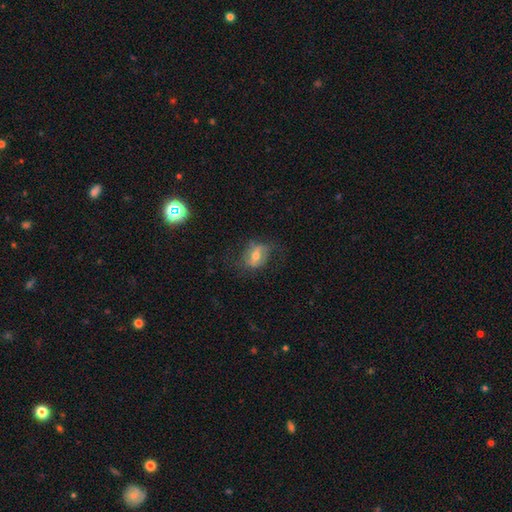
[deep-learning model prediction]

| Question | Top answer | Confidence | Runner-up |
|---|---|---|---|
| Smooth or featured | featured or disk | 50% | smooth (39%) |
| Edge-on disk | no | 89% | yes (11%) |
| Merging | none | 64% | minor disturbance (21%) |